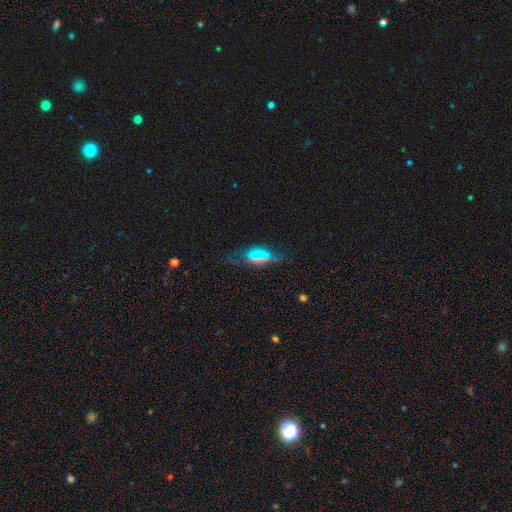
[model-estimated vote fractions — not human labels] smooth 47%, featured or disk 29%, star or artifact 23%. Down the decision tree: merging — none (65%).